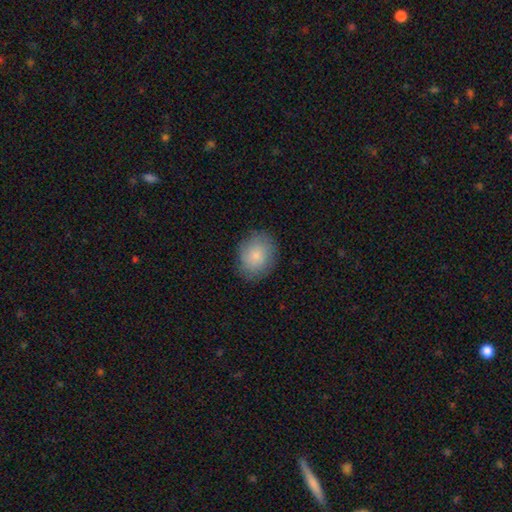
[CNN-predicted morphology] smooth_or_featured: smooth (p=0.82) [alt: featured or disk p=0.11]
how_rounded: round (p=0.59) [alt: in between p=0.40]
merging: none (p=0.83) [alt: minor disturbance p=0.13]